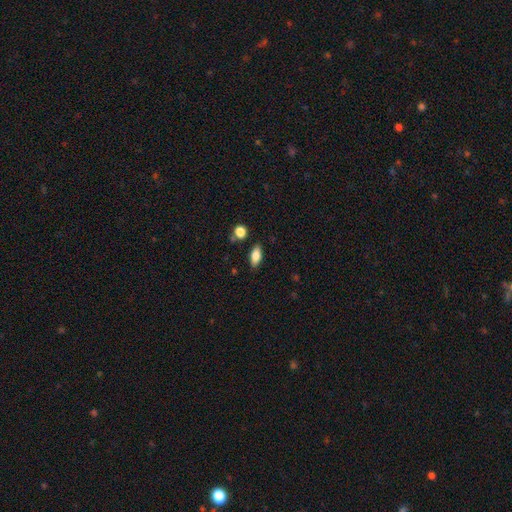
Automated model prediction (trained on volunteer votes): smooth 80%, featured or disk 12%, star or artifact 8%. Down the decision tree: how rounded — in between (86%); merging — none (83%).